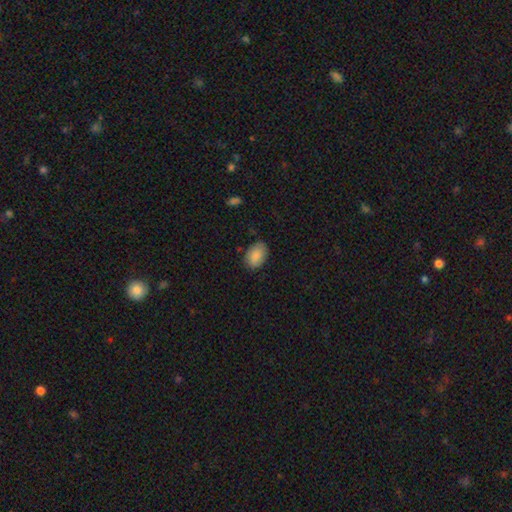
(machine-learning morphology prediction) A smooth galaxy with no disk features (86%) that is in between round and cigar-shaped (85%).

Vote fractions:
- Smooth or featured? smooth: 86% / featured or disk: 7% / star or artifact: 7%
- How rounded? in between: 85% / round: 14% / cigar-shaped: 1%
- Merging? none: 80% / minor disturbance: 16% / major disturbance: 3% / merger: 1%